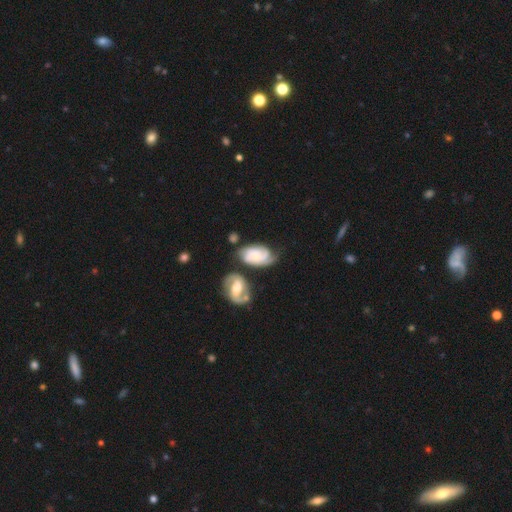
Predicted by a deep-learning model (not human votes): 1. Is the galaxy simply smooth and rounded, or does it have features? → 70% featured or disk, 24% smooth, 6% star or artifact.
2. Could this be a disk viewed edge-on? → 95% no, 5% yes.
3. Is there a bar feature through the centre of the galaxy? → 64% no, 30% weak, 6% strong.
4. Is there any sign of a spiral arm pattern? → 93% yes, 7% no.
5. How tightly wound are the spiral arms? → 45% tight, 39% medium, 16% loose.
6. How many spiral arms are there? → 57% 2, 19% can't tell, 12% 3, 7% 1, 3% 4, 2% more than 4.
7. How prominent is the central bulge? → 48% small, 42% moderate, 5% none, 4% large, 1% dominant.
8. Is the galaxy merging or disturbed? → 45% none, 23% minor disturbance, 21% merger, 11% major disturbance.